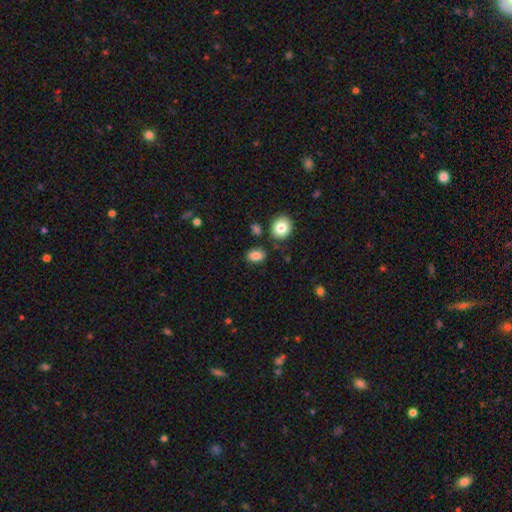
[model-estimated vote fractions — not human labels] Smooth or featured?
  - smooth: 85% *
  - star or artifact: 9%
  - featured or disk: 6%
How rounded?
  - in between: 77% *
  - round: 21%
  - cigar-shaped: 2%
Merging?
  - none: 81% *
  - minor disturbance: 11%
  - merger: 5%
  - major disturbance: 3%